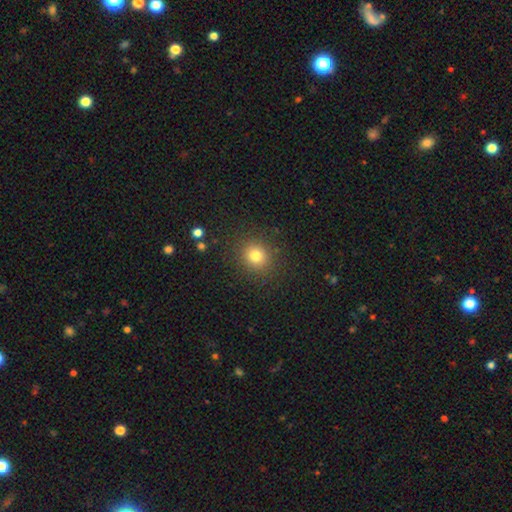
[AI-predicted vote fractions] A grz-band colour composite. It shows a smooth galaxy with no disk features (79%) that is round (82%). Merging: none (88%).